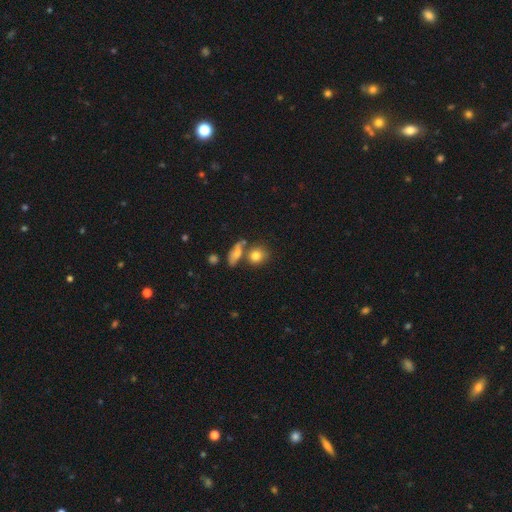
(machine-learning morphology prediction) Q: Smooth or featured?
A: smooth (80%); runner-up: featured or disk (11%)
Q: How rounded?
A: round (71%); runner-up: in between (26%)
Q: Merging?
A: none (59%); runner-up: merger (24%)